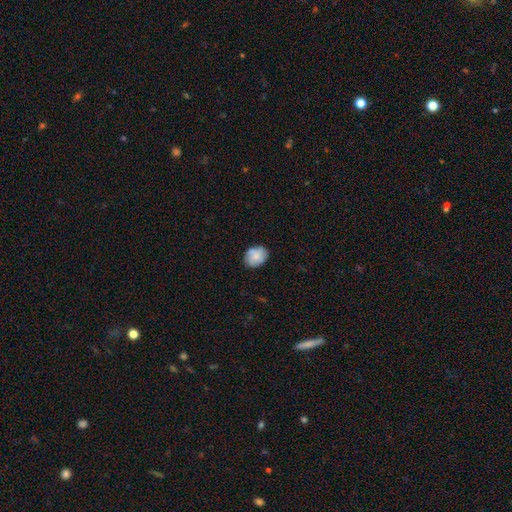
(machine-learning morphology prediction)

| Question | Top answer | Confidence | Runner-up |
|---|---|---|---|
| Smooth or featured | smooth | 70% | featured or disk (22%) |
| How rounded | in between | 55% | round (44%) |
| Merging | none | 75% | minor disturbance (19%) |